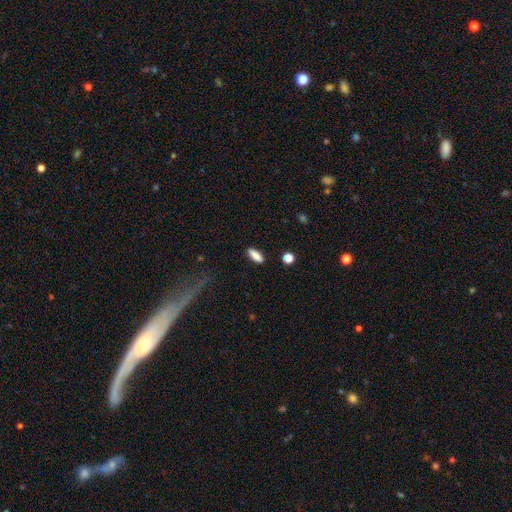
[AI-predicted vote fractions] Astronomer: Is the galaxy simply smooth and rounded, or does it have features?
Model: smooth — 86%.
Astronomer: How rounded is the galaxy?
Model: in between — 58% (runner-up: cigar-shaped, 39%).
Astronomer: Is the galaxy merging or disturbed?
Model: none — 87%.